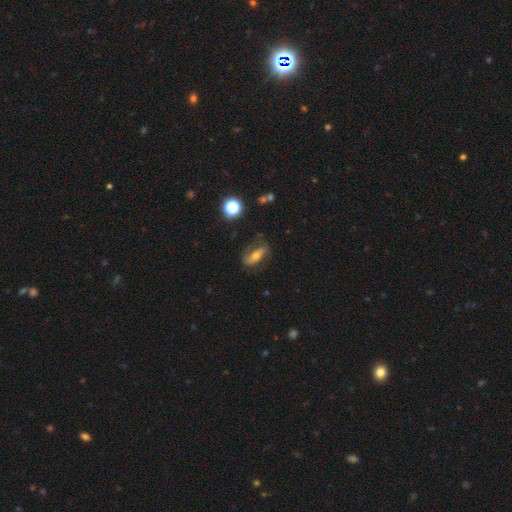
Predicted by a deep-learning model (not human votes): Overall: featured or disk (52%; smooth 38%). Edge-on disk: no (77%). Merging: none (65%).